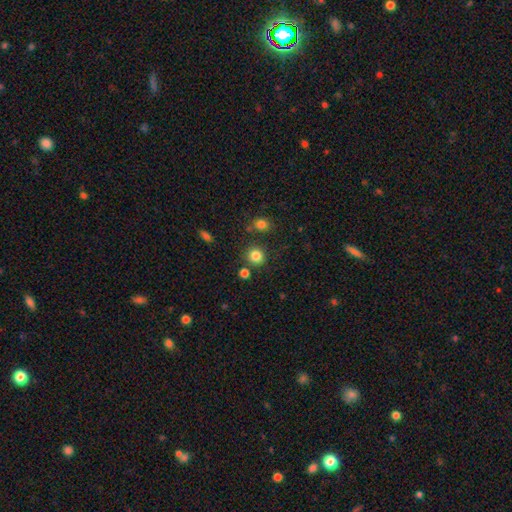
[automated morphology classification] A smooth galaxy with no disk features (83%) that is round (89%).

Vote fractions:
- Smooth or featured? smooth: 83% / star or artifact: 12% / featured or disk: 5%
- How rounded? round: 89% / in between: 11% / cigar-shaped: 1%
- Merging? none: 82% / minor disturbance: 8% / merger: 6% / major disturbance: 3%